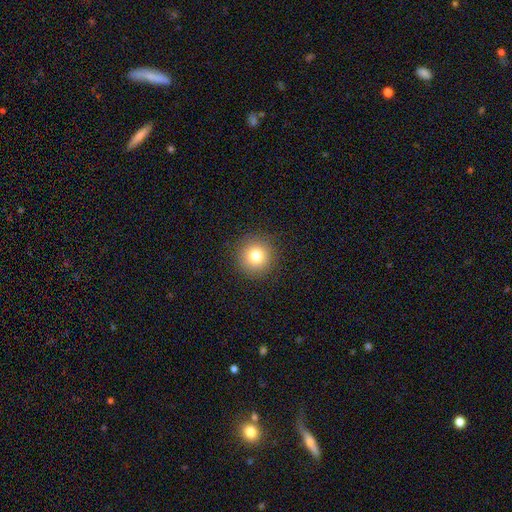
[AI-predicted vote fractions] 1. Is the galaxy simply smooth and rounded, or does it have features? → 80% smooth, 12% star or artifact, 8% featured or disk.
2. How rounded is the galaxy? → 95% round, 4% in between, 1% cigar-shaped.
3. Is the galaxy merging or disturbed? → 91% none, 6% minor disturbance, 2% major disturbance, 1% merger.